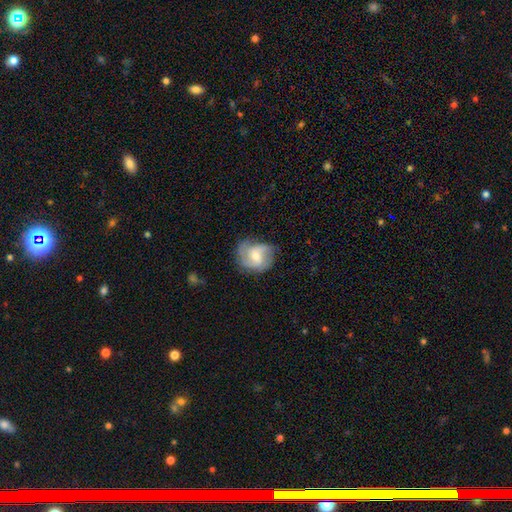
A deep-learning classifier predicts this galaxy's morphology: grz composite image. It shows a featured or disk galaxy (66%) with no bar (54%), 2 (36%) medium (47%) spiral arms (90%) and a moderate central bulge (54%). Merging: none (61%).